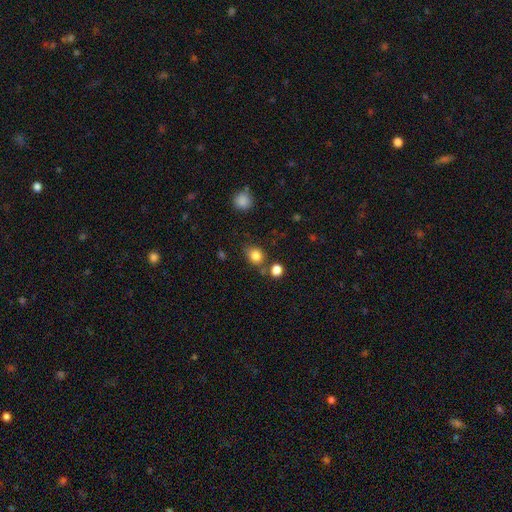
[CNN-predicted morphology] Smooth or featured? smooth (83%)
How rounded? round (64%)
Merging? none (71%)